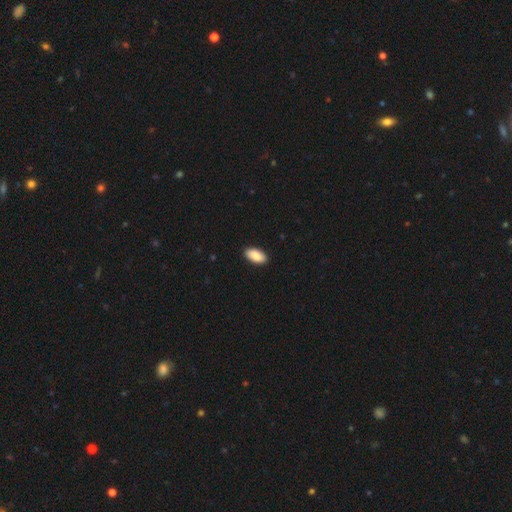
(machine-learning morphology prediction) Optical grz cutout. It shows a smooth galaxy with no disk features (88%) that is in between round and cigar-shaped (94%). Merging: none (91%).